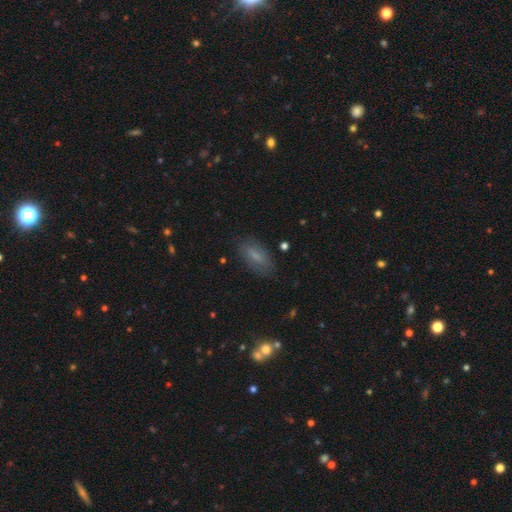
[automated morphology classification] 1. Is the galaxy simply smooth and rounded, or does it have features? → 71% smooth, 19% featured or disk, 10% star or artifact.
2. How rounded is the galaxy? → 81% in between, 15% cigar-shaped, 3% round.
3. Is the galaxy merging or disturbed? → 78% none, 15% minor disturbance, 5% major disturbance, 2% merger.